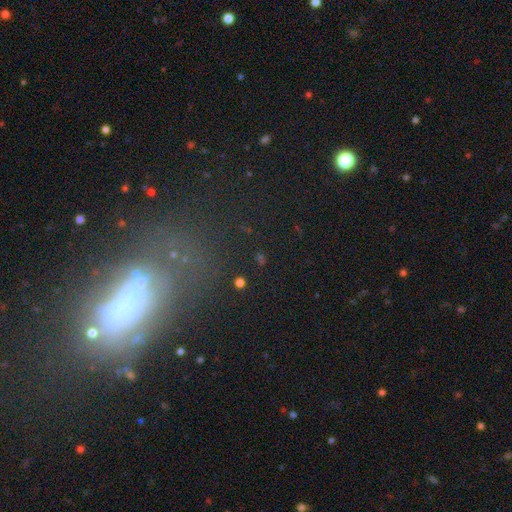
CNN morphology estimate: Q: Smooth or featured?
A: featured or disk (36%); tied with: smooth (36%)
Q: Merging?
A: none (43%); runner-up: major disturbance (28%)